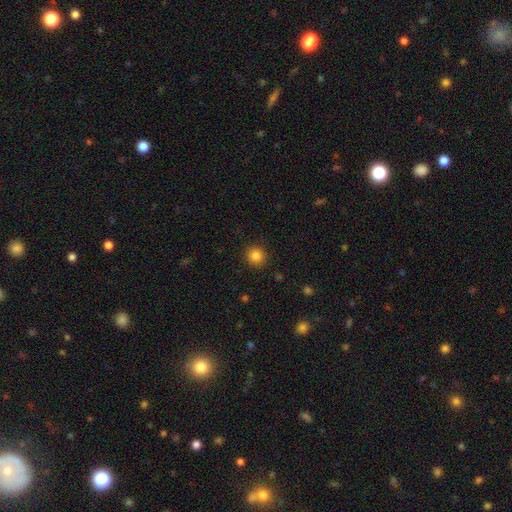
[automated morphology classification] This appears to be a smooth galaxy with no disk features (84%) that is round (93%). Merging: none (91%).